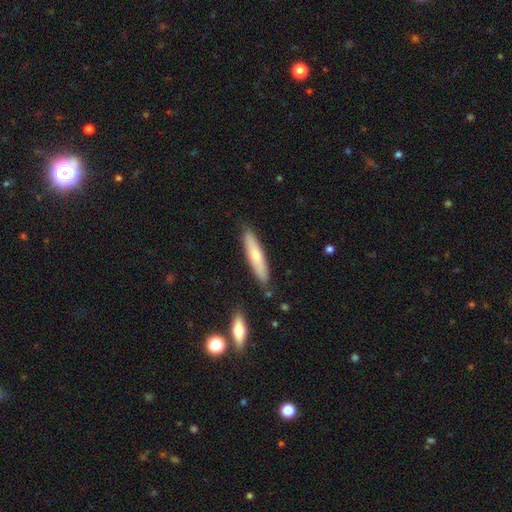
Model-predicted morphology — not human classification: The model was most divided on "smooth or featured": smooth: 66%, featured or disk: 28%, star or artifact: 6%. More confident: merging — none (86%); how rounded — cigar-shaped (84%).